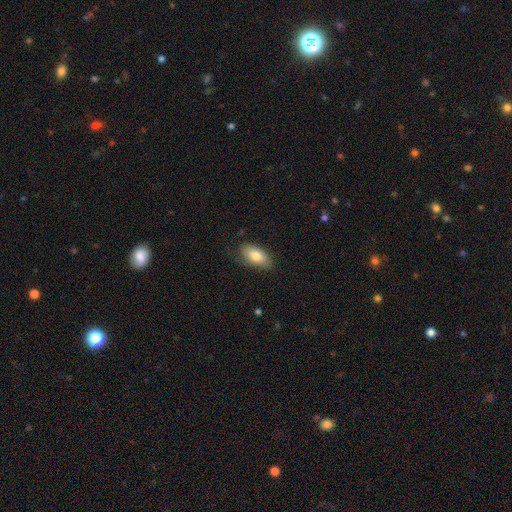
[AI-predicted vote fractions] This is likely a smooth galaxy (79%). How rounded: clearly in between (89%). Merging: likely none (72%).